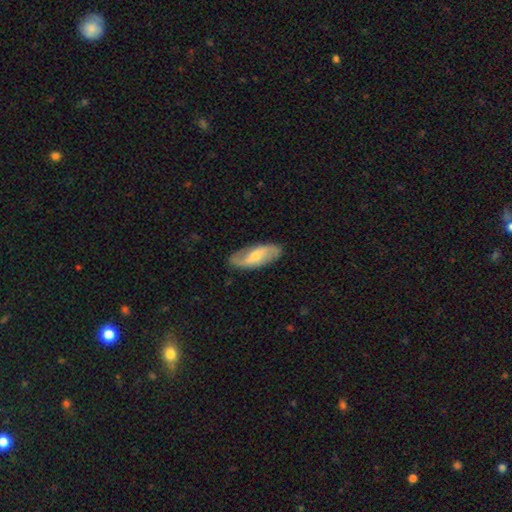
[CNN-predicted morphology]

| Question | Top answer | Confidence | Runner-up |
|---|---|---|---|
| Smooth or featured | featured or disk | 69% | smooth (25%) |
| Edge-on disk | no | 91% | yes (9%) |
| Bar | weak | 47% | no (28%) |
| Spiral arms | yes | 91% | no (9%) |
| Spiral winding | loose | 60% | medium (28%) |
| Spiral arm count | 2 | 90% | can't tell (5%) |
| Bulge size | small | 47% | moderate (45%) |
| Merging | none | 84% | minor disturbance (12%) |